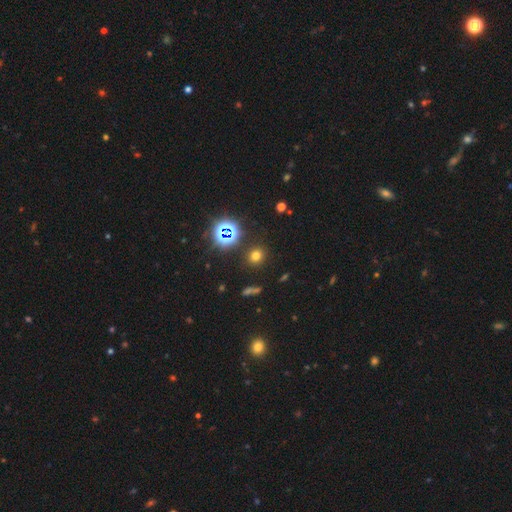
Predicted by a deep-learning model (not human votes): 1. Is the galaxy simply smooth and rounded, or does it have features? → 65% smooth, 28% star or artifact, 7% featured or disk.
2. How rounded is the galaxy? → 77% round, 21% in between, 1% cigar-shaped.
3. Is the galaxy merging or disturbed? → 87% none, 7% minor disturbance, 3% merger, 3% major disturbance.